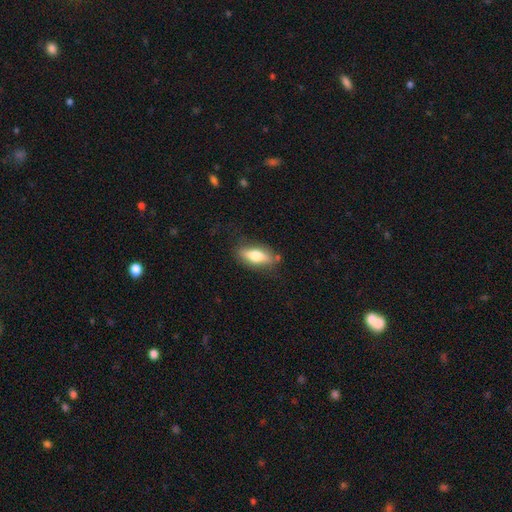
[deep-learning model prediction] Smooth or featured? smooth (66%)
How rounded? in between (71%)
Merging? none (78%)